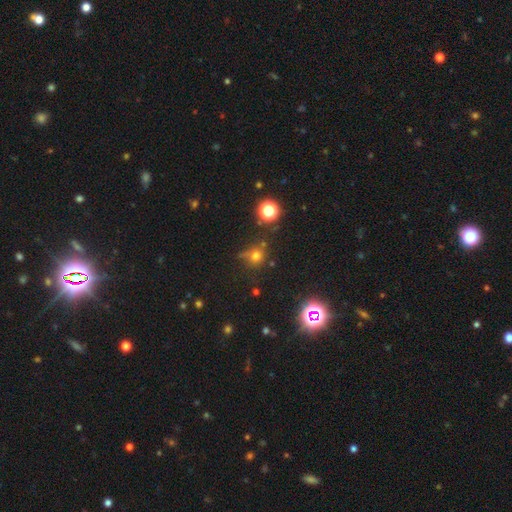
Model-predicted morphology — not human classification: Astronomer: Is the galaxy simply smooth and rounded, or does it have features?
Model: smooth — 65%.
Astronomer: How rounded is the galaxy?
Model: round — 90%.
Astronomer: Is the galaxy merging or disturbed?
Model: none — 65%.